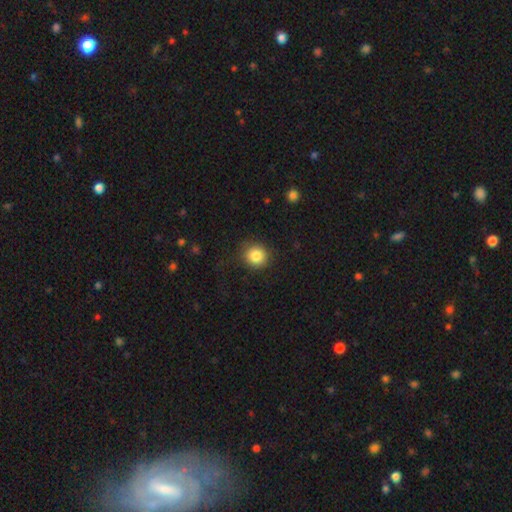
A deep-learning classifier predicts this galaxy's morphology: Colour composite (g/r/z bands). It shows a smooth galaxy with no disk features (85%) that is round (90%). Merging: none (84%).